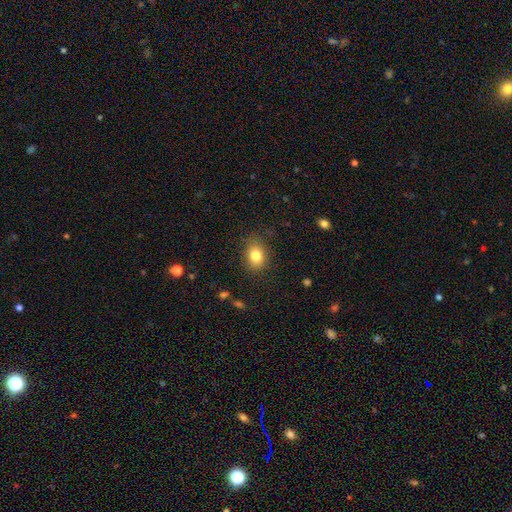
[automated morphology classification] smooth-or-featured: smooth: 81% | star or artifact: 10% | featured or disk: 8%
  how-rounded: in between: 56% | round: 43% | cigar-shaped: 1%
  merging: none: 83% | minor disturbance: 13% | major disturbance: 3% | merger: 1%